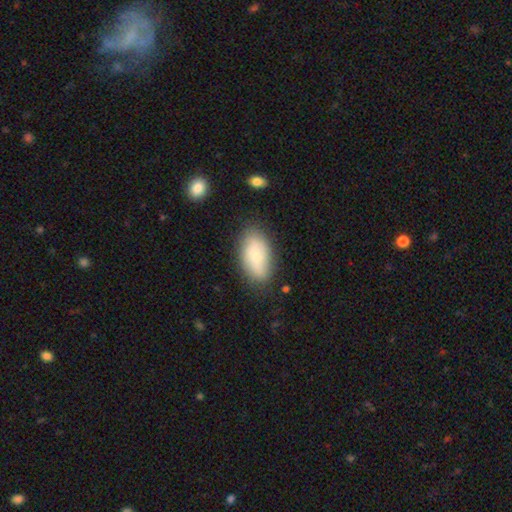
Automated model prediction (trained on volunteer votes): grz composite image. It shows a smooth galaxy with no disk features (74%) that is in between round and cigar-shaped (92%). Merging: none (76%).